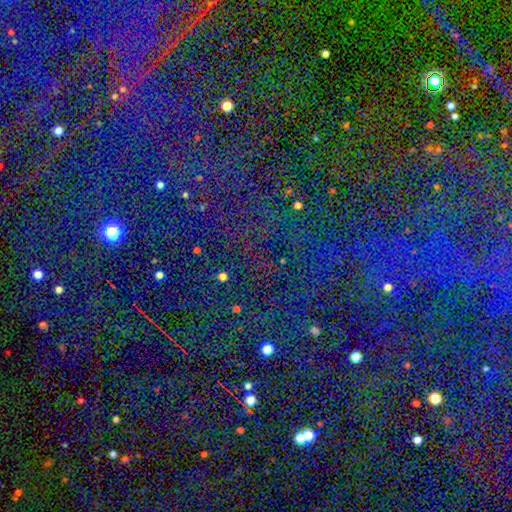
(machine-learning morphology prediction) smooth-or-featured: star or artifact: 82% | smooth: 10% | featured or disk: 7%